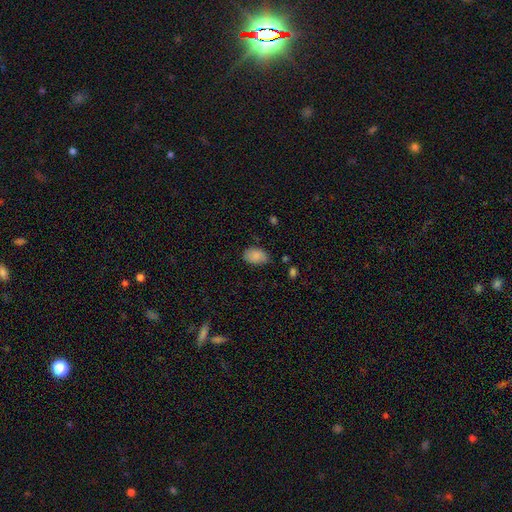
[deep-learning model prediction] Morphology: type=smooth (87%); roundness=in between (89%); merging=none (71%).